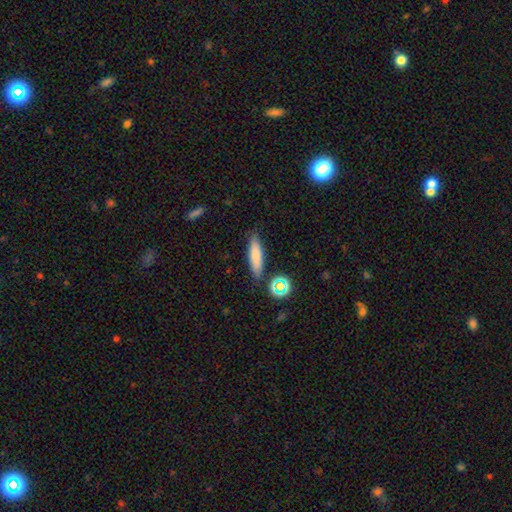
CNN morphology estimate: Smooth or featured? smooth (75%)
How rounded? cigar-shaped (64%)
Merging? none (81%)